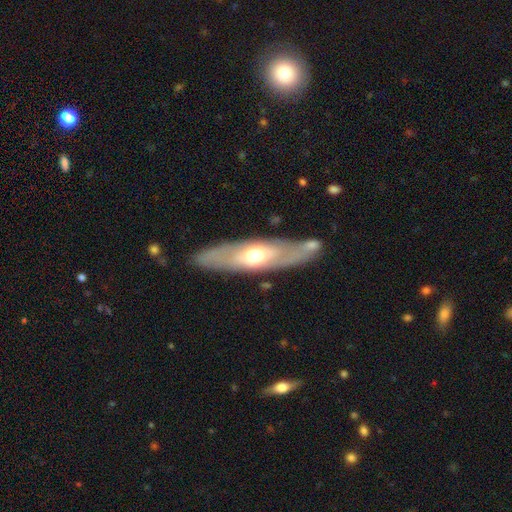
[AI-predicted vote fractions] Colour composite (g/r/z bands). It shows a featured or disk galaxy (58%). Merging: none (76%).